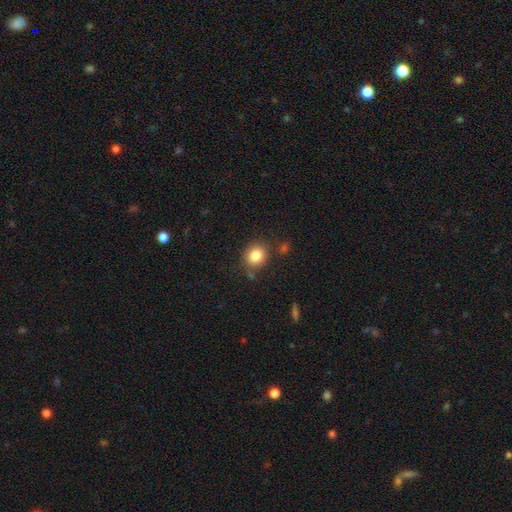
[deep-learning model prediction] A smooth galaxy with no disk features (84%) that is round (69%). Merging: none (80%).